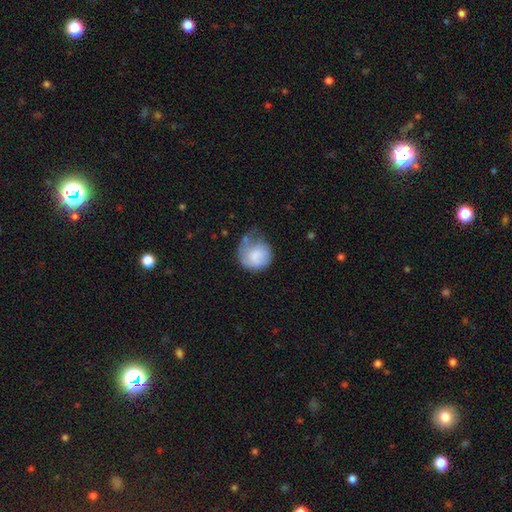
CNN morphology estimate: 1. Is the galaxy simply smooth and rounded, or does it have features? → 73% smooth, 20% featured or disk, 7% star or artifact.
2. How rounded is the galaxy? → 80% round, 19% in between, 1% cigar-shaped.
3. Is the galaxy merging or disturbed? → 37% minor disturbance, 32% none, 26% major disturbance, 5% merger.